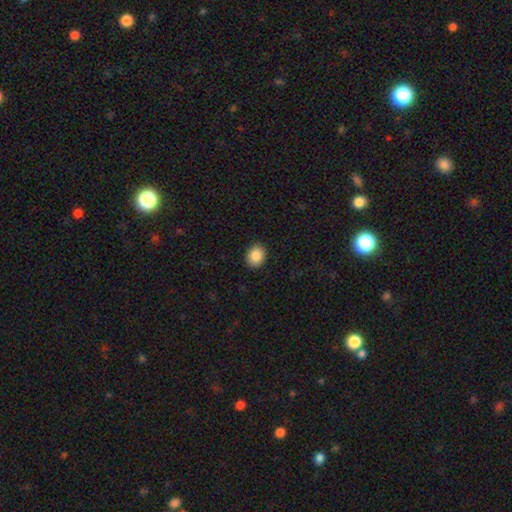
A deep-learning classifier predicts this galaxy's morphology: smooth_or_featured: smooth (p=0.87) [alt: star or artifact p=0.08]
how_rounded: round (p=0.54) [alt: in between p=0.45]
merging: none (p=0.90) [alt: minor disturbance p=0.07]